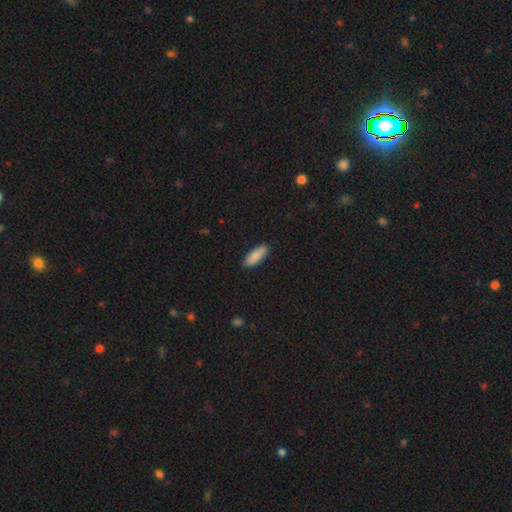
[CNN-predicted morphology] Smooth or featured? smooth (88%)
How rounded? in between (63%)
Merging? none (89%)